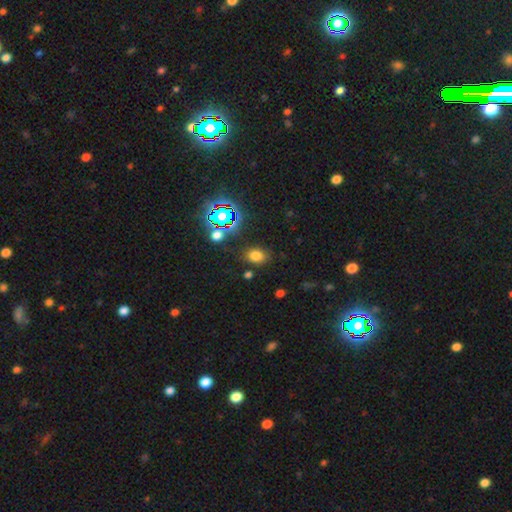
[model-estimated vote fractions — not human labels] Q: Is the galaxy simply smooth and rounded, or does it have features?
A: smooth — 70%.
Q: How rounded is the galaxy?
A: in between — 67%.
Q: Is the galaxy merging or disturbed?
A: none — 78%.